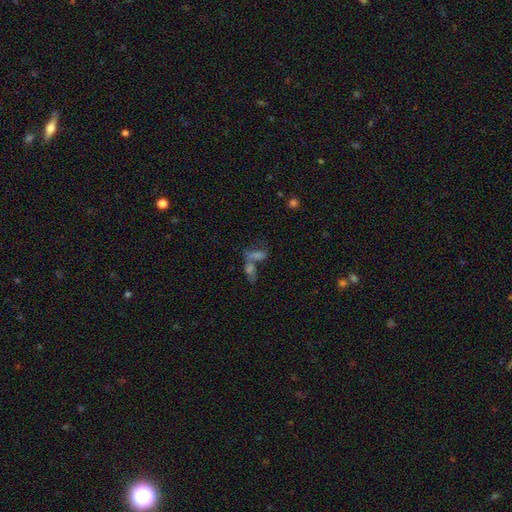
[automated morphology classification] Overall: smooth (45%; star or artifact 28%). Merging: merger (48%; none 34%).